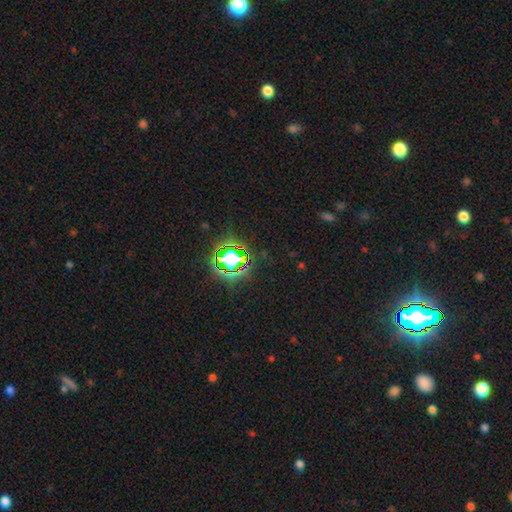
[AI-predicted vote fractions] Overall: star or artifact (79%).